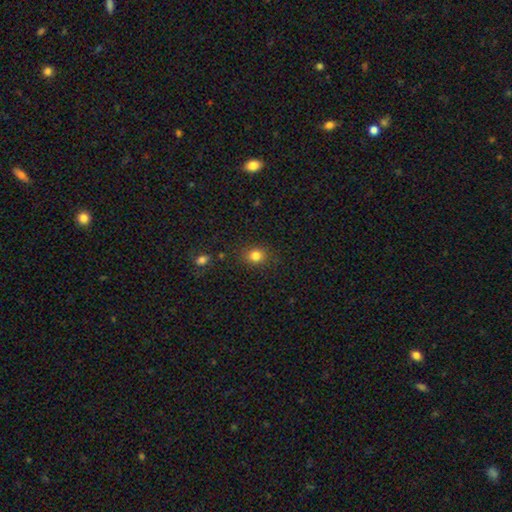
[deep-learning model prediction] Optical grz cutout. It shows a smooth galaxy with no disk features (82%) that is round (66%). Merging: none (83%).